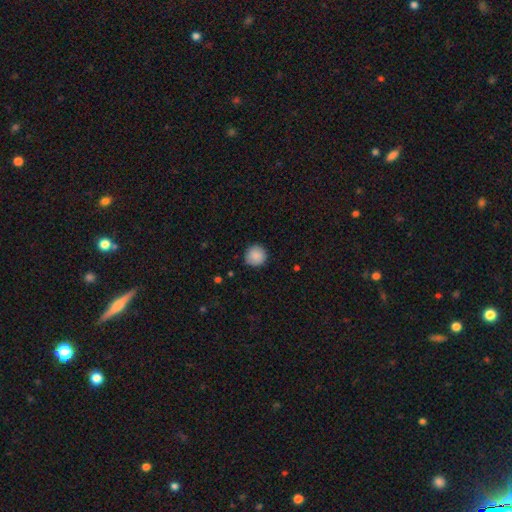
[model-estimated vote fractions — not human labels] Morphology: type=smooth (88%); roundness=round (94%); merging=none (87%).